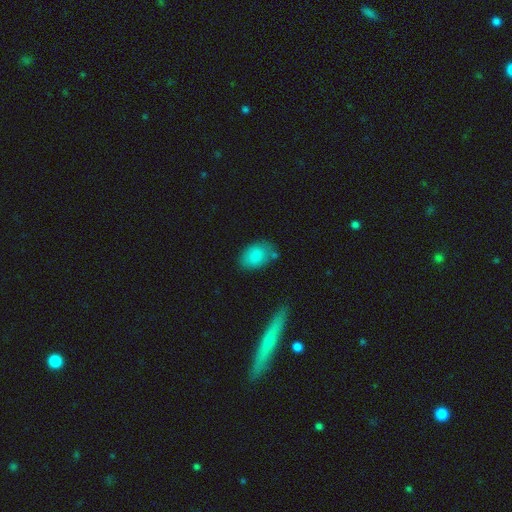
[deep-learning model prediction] Smooth or featured? smooth (85%)
How rounded? in between (84%)
Merging? none (66%)